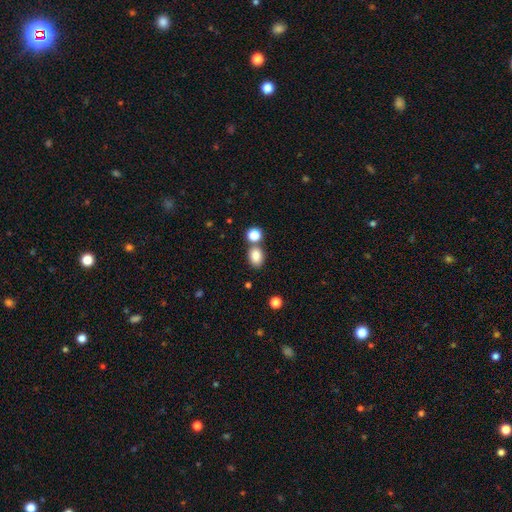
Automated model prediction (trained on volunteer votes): Overall: smooth (83%). How rounded: in between (72%). Merging: none (69%).